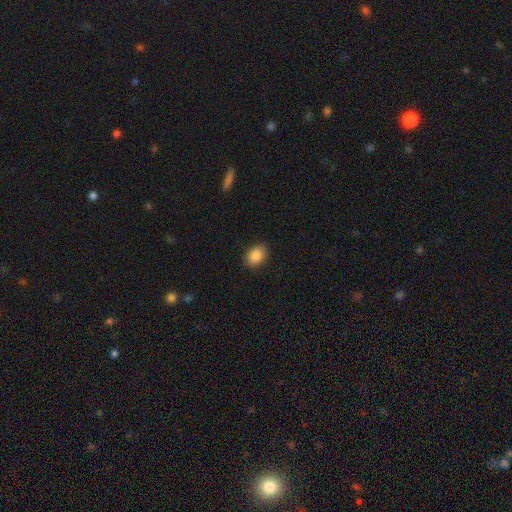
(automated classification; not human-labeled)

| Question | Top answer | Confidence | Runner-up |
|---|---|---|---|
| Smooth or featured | smooth | 87% | star or artifact (9%) |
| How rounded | in between | 66% | round (33%) |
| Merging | none | 88% | minor disturbance (8%) |